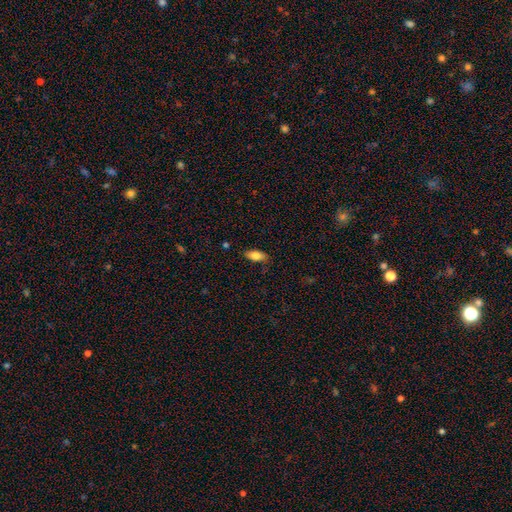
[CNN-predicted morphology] smooth-or-featured: smooth: 78% | featured or disk: 15% | star or artifact: 7%
  how-rounded: in between: 86% | cigar-shaped: 11% | round: 3%
  merging: none: 82% | minor disturbance: 14% | major disturbance: 3% | merger: 1%